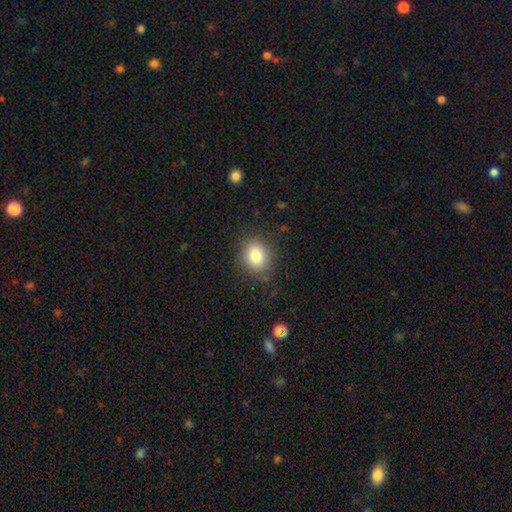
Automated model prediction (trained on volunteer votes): A smooth galaxy with no disk features (81%) that is in between round and cigar-shaped (50%). Merging: none (83%).